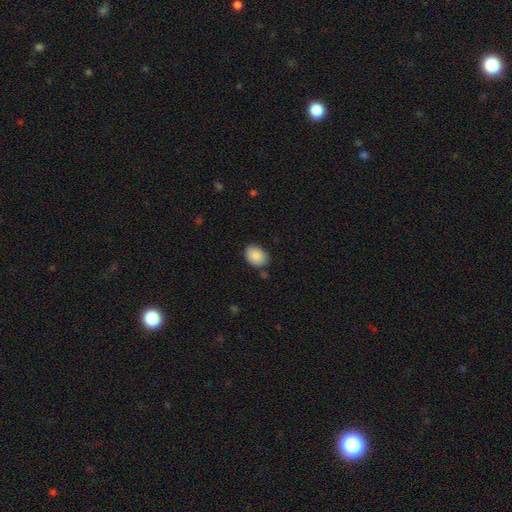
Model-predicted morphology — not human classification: smooth-or-featured: smooth: 89% | star or artifact: 7% | featured or disk: 4%
  how-rounded: in between: 74% | round: 26% | cigar-shaped: 1%
  merging: none: 80% | minor disturbance: 14% | major disturbance: 3% | merger: 3%